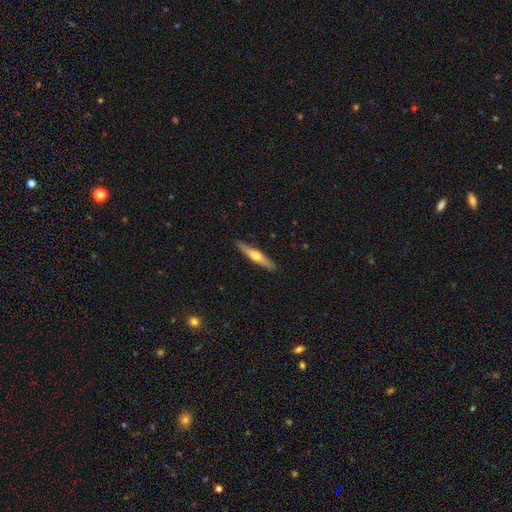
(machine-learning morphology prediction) The model was most divided on "smooth or featured": featured or disk: 56%, smooth: 39%, star or artifact: 5%. More confident: edge-on disk — yes (95%); edge-on bulge — rounded (91%); merging — none (90%).